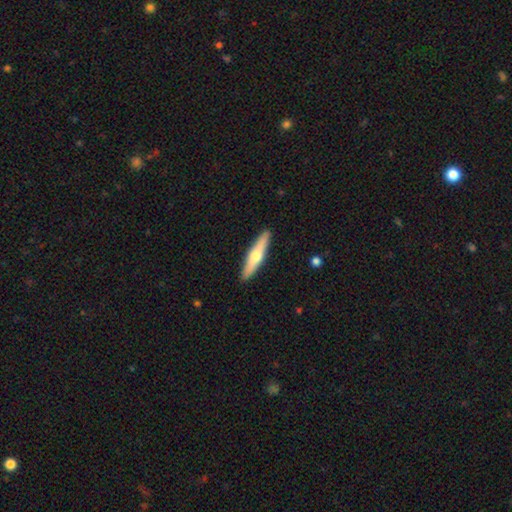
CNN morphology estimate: type=featured or disk (49%); merging=none (91%).